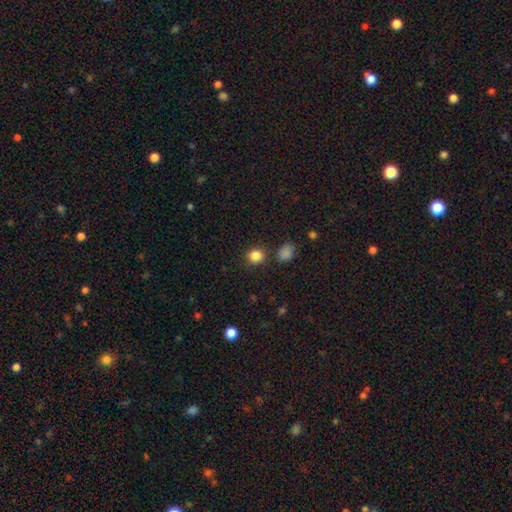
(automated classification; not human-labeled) smooth 85%, star or artifact 11%, featured or disk 4%. Down the decision tree: how rounded — round (86%); merging — none (83%).